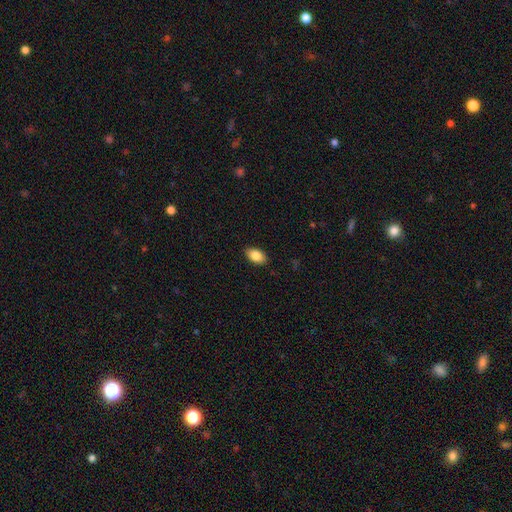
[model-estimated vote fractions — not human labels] This is clearly a smooth galaxy (85%). How rounded: clearly in between (91%). Merging: clearly none (89%).